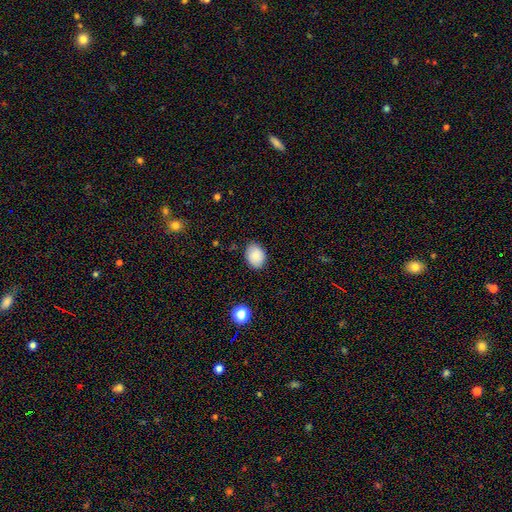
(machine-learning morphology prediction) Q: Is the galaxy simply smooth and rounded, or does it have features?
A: smooth — 86%.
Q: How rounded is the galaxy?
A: in between — 63%.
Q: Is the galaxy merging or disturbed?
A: none — 83%.